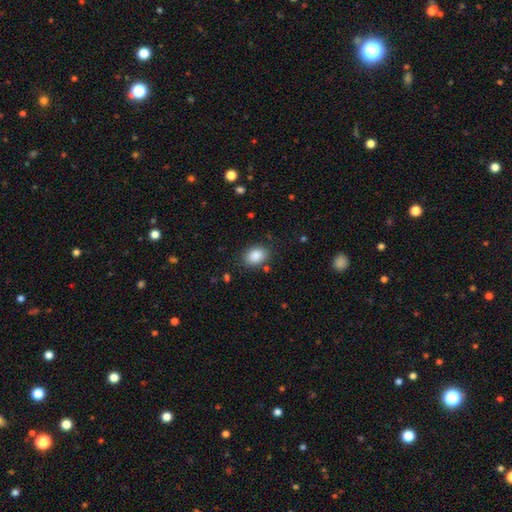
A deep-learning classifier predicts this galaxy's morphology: Smooth or featured? smooth (87%)
How rounded? in between (73%)
Merging? none (82%)